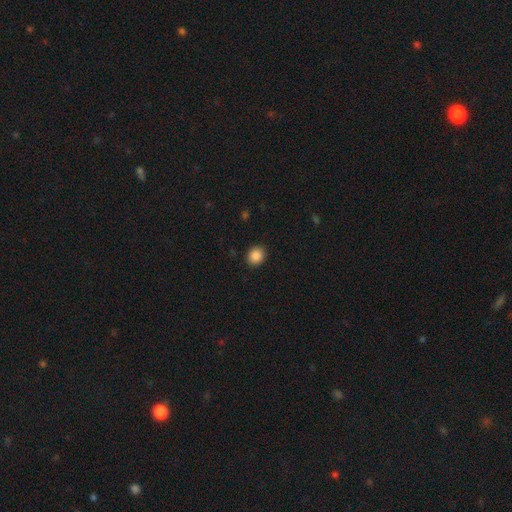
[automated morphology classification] The model was most divided on "how rounded": round: 68%, in between: 31%, cigar-shaped: 1%. More confident: merging — none (91%); smooth or featured — smooth (87%).